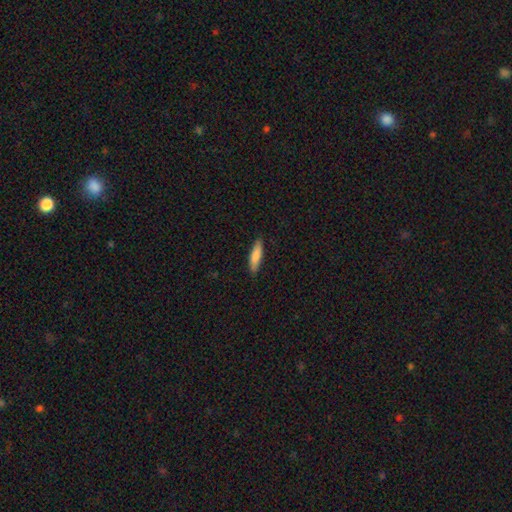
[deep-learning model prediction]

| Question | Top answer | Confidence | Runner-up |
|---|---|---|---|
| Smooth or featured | smooth | 84% | featured or disk (11%) |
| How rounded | cigar-shaped | 71% | in between (28%) |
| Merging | none | 86% | minor disturbance (11%) |